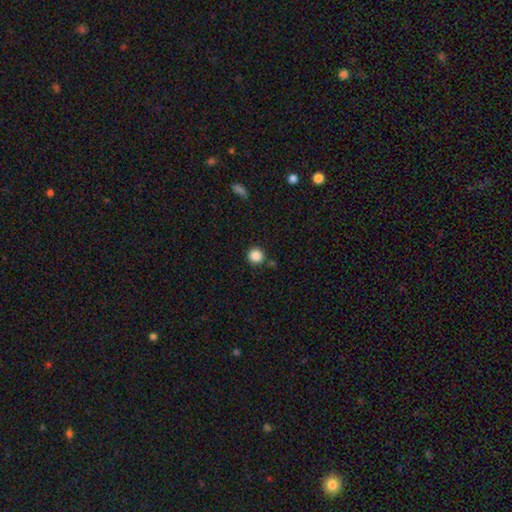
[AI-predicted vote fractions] smooth_or_featured: smooth (p=0.87) [alt: star or artifact p=0.10]
how_rounded: round (p=0.94) [alt: in between p=0.05]
merging: none (p=0.84) [alt: minor disturbance p=0.08]